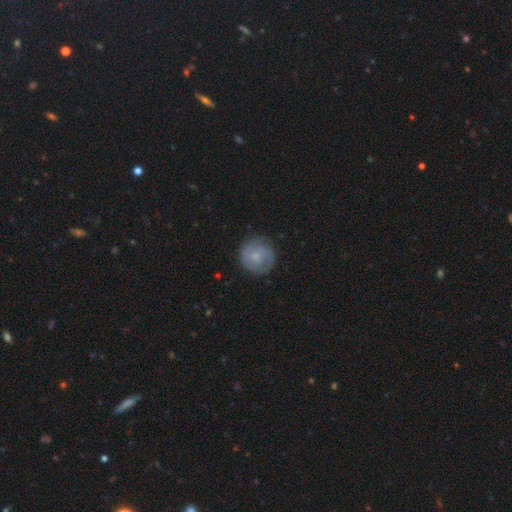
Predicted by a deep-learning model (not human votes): A smooth galaxy with no disk features (49%). Merging: none (79%).